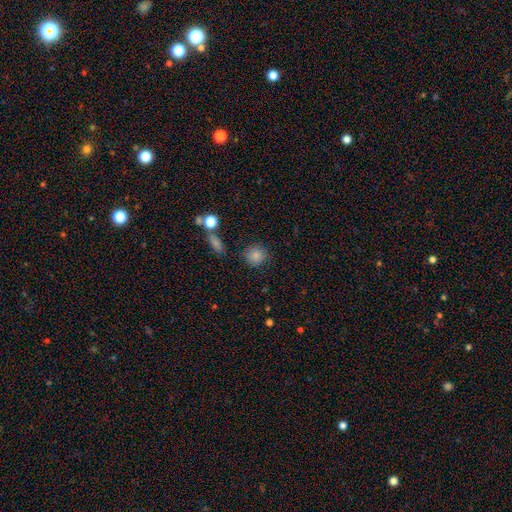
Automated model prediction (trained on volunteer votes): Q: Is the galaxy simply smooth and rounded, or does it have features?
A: smooth — 84%.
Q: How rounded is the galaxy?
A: round — 90%.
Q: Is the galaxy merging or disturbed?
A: none — 83%.